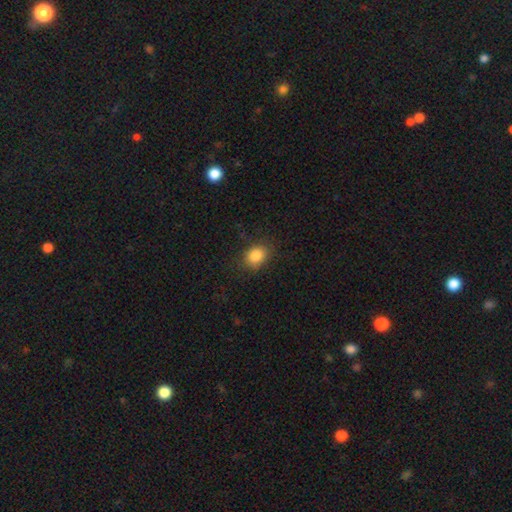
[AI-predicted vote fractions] The model was most divided on "how rounded": in between: 56%, round: 43%, cigar-shaped: 1%. More confident: smooth or featured — smooth (85%); merging — none (82%).